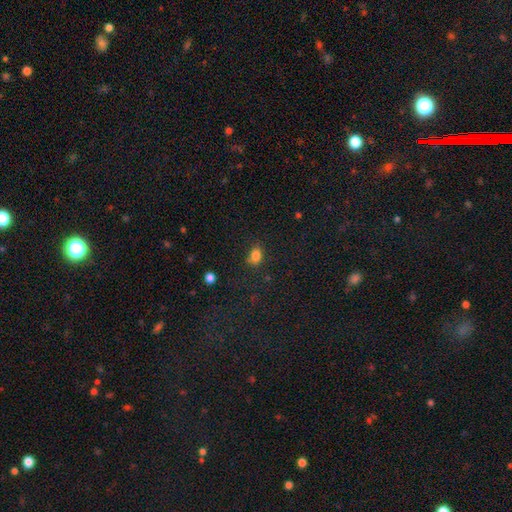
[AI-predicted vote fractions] Q: Smooth or featured?
A: smooth (81%); runner-up: star or artifact (13%)
Q: How rounded?
A: in between (67%); runner-up: round (31%)
Q: Merging?
A: none (67%); runner-up: minor disturbance (21%)